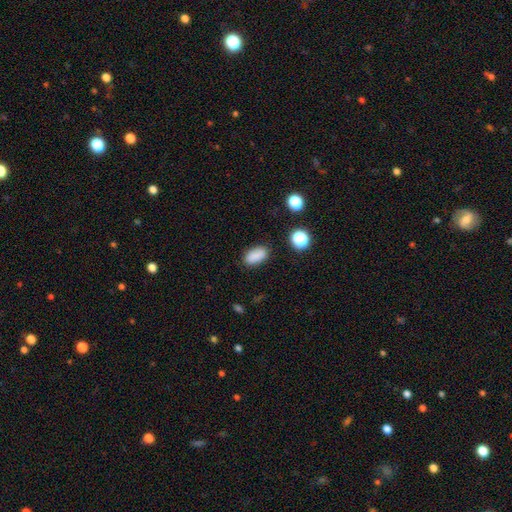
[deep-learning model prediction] Overall: smooth (86%). How rounded: in between (90%). Merging: none (85%).